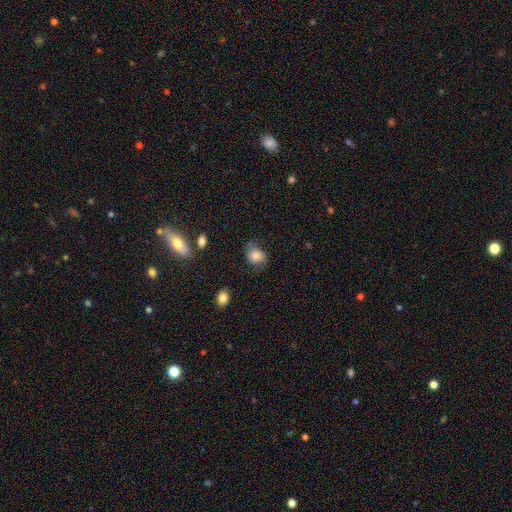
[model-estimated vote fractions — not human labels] Smooth or featured? Predicted: smooth (p=0.71). How rounded? Predicted: round (p=0.64). Merging? Predicted: none (p=0.58).